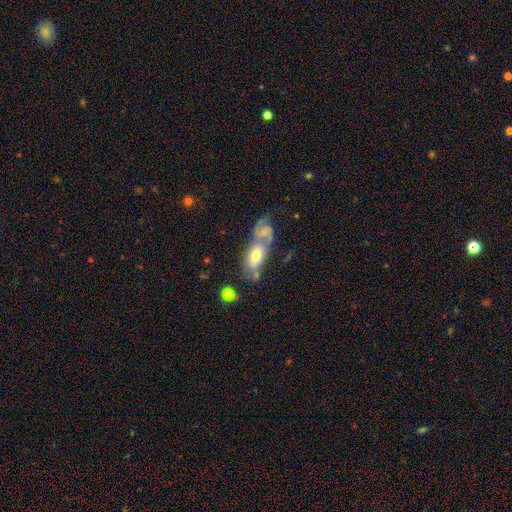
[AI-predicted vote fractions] smooth 49%, featured or disk 43%, star or artifact 8%. Down the decision tree: merging — merger (50%).